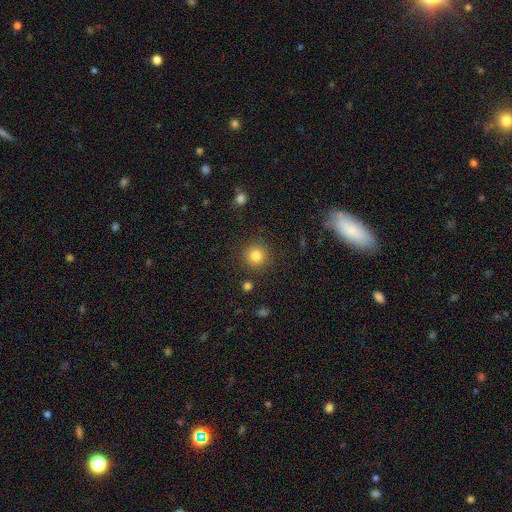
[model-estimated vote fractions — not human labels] Smooth or featured? Predicted: smooth (p=0.83). How rounded? Predicted: round (p=0.94). Merging? Predicted: none (p=0.89).